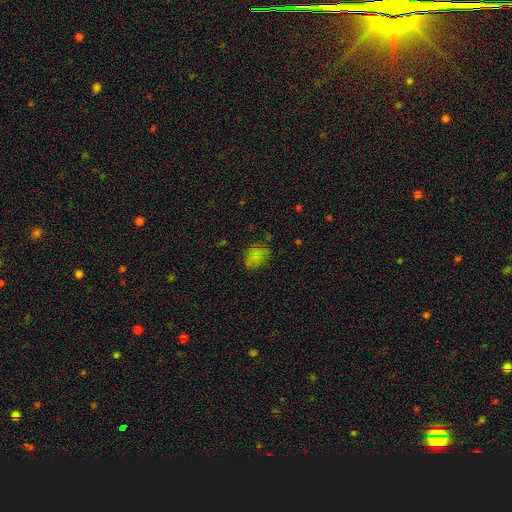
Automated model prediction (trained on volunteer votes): smooth_or_featured: smooth (p=0.60) [alt: star or artifact p=0.29]
how_rounded: in between (p=0.70) [alt: round p=0.28]
merging: none (p=0.67) [alt: minor disturbance p=0.20]